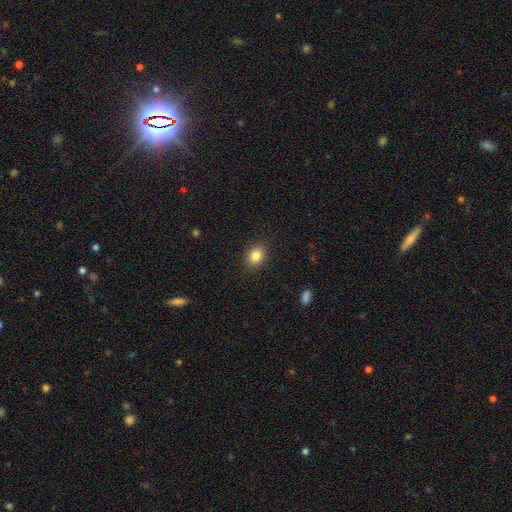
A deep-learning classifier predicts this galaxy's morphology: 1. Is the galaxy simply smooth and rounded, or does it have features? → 84% smooth, 10% star or artifact, 7% featured or disk.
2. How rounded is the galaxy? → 59% in between, 40% round, 1% cigar-shaped.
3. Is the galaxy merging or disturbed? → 88% none, 9% minor disturbance, 2% major disturbance, 1% merger.